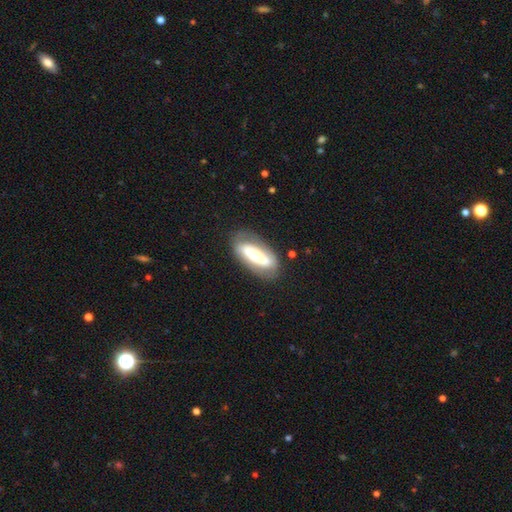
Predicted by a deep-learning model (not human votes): A featured or disk galaxy (52%). Merging: none (72%).